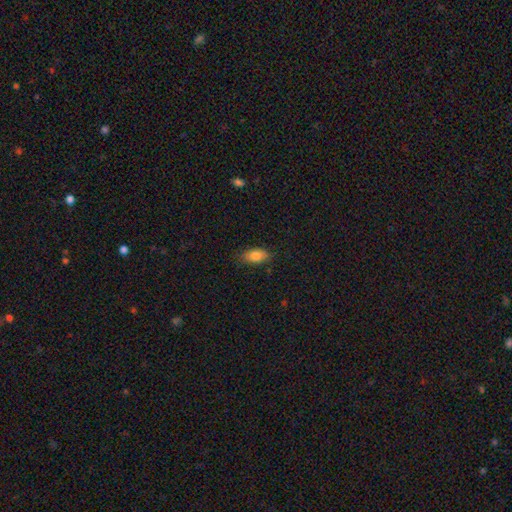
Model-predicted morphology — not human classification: type=smooth (81%); roundness=in between (87%); merging=none (81%).